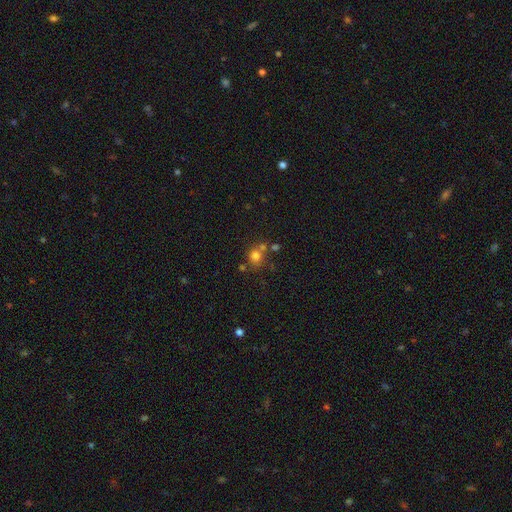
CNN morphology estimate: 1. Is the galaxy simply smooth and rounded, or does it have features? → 74% smooth, 16% star or artifact, 10% featured or disk.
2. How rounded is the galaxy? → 83% round, 16% in between, 1% cigar-shaped.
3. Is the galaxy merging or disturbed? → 59% none, 25% merger, 11% minor disturbance, 5% major disturbance.